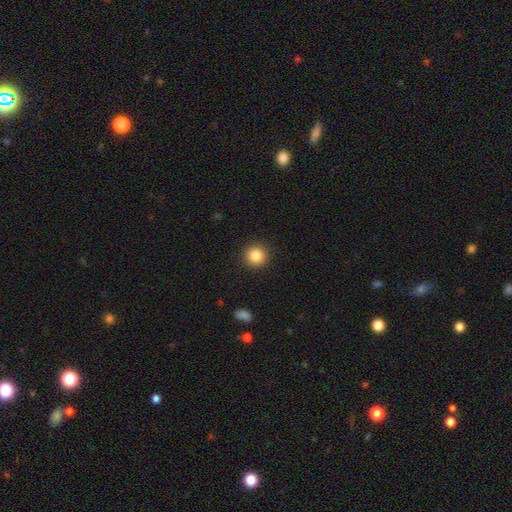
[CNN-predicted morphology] Smooth or featured?
  - smooth: 86% *
  - star or artifact: 10%
  - featured or disk: 5%
How rounded?
  - round: 94% *
  - in between: 5%
  - cigar-shaped: 1%
Merging?
  - none: 92% *
  - minor disturbance: 5%
  - major disturbance: 2%
  - merger: 1%